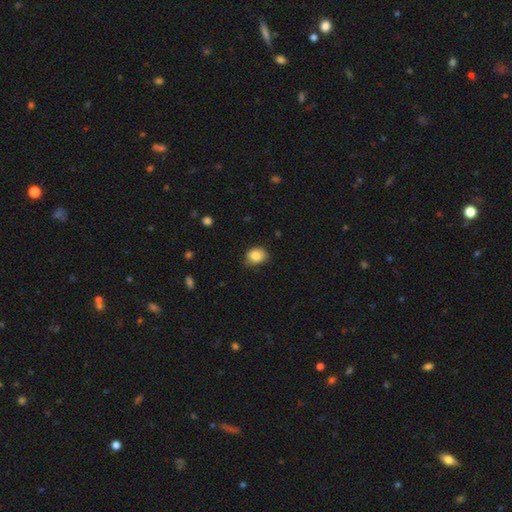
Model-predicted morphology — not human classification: The model was most divided on "how rounded": round: 54%, in between: 45%, cigar-shaped: 1%. More confident: smooth or featured — smooth (84%); merging — none (71%).